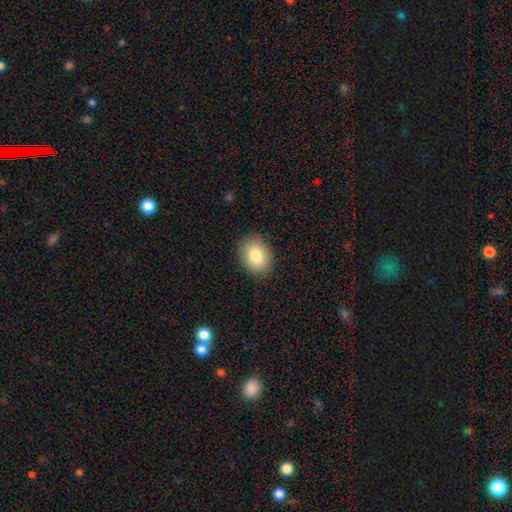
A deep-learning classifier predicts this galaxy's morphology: type=smooth (82%); roundness=in between (65%); merging=none (88%).